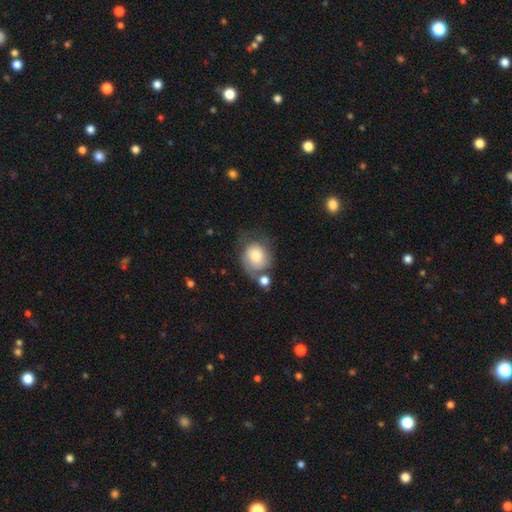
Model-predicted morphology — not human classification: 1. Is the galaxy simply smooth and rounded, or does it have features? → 58% smooth, 35% featured or disk, 7% star or artifact.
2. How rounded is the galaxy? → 68% round, 31% in between, 1% cigar-shaped.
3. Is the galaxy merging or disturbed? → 38% none, 24% minor disturbance, 20% merger, 19% major disturbance.